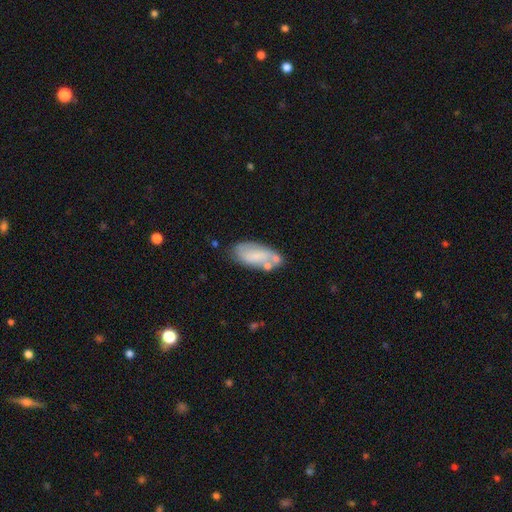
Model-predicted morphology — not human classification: A smooth galaxy with no disk features (56%) that is in between round and cigar-shaped (87%).

Vote fractions:
- Smooth or featured? smooth: 56% / featured or disk: 37% / star or artifact: 7%
- How rounded? in between: 87% / cigar-shaped: 10% / round: 3%
- Merging? none: 54% / minor disturbance: 23% / merger: 15% / major disturbance: 8%